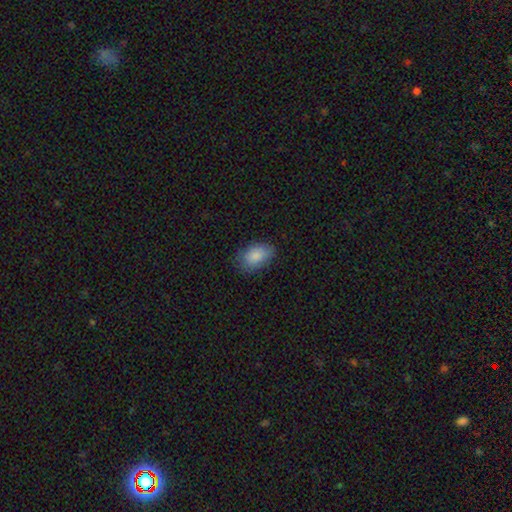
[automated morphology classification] Smooth or featured?
  - smooth: 87% *
  - star or artifact: 7%
  - featured or disk: 6%
How rounded?
  - in between: 90% *
  - round: 8%
  - cigar-shaped: 1%
Merging?
  - none: 76% *
  - minor disturbance: 18%
  - major disturbance: 4%
  - merger: 1%